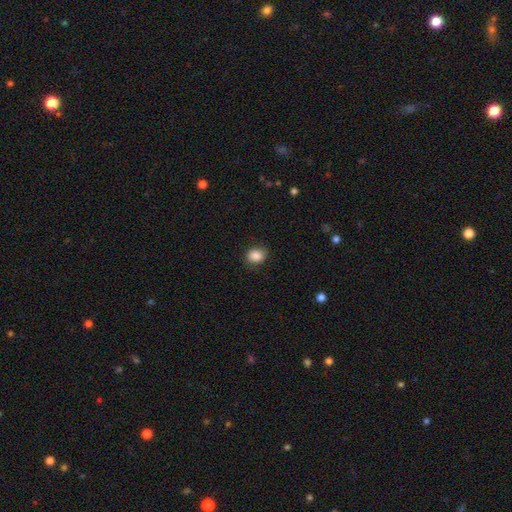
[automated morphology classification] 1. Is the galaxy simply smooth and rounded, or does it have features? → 87% smooth, 9% star or artifact, 5% featured or disk.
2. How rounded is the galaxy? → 53% round, 46% in between, 1% cigar-shaped.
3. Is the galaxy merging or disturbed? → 85% none, 11% minor disturbance, 3% major disturbance, 1% merger.